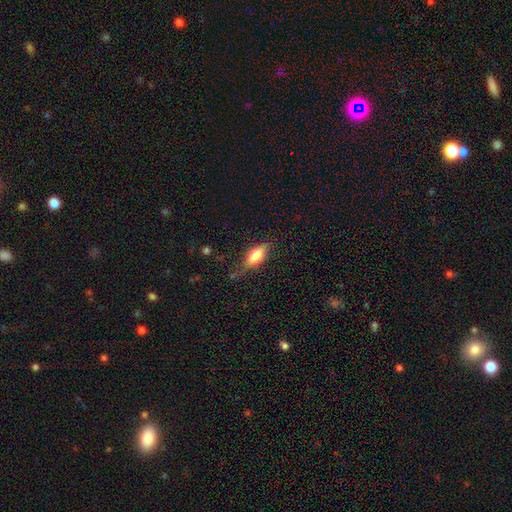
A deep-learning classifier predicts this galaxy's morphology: Smooth or featured? Predicted: smooth (p=0.62). How rounded? Predicted: in between (p=0.73). Merging? Predicted: none (p=0.61).